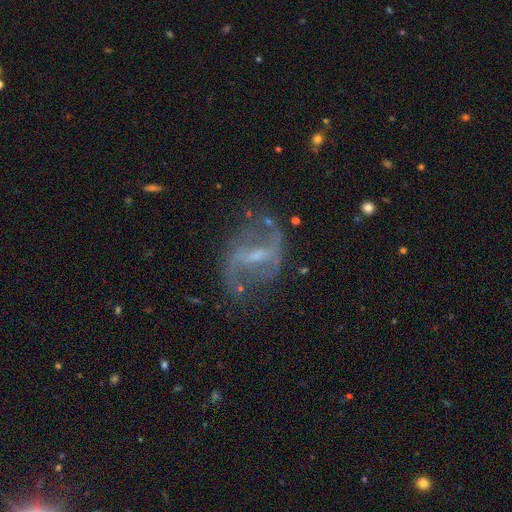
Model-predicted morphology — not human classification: This appears to be a featured or disk galaxy (82%) with a weak bar (45%), 2 (86%) loose (55%) spiral arms (86%) and a small central bulge (49%). Merging: none (65%).